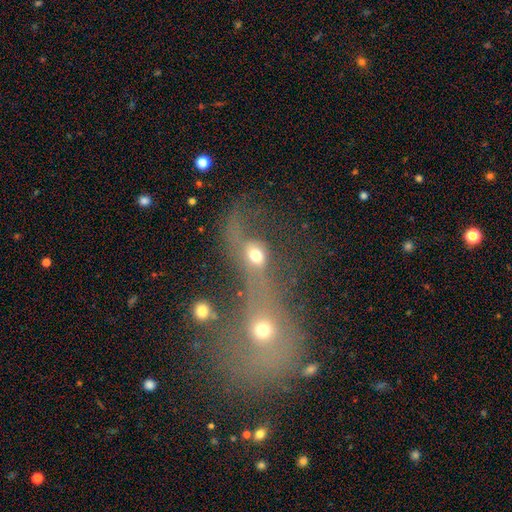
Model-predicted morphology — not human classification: smooth_or_featured: smooth (p=0.49) [alt: featured or disk p=0.33]
merging: merger (p=0.54) [alt: major disturbance p=0.20]